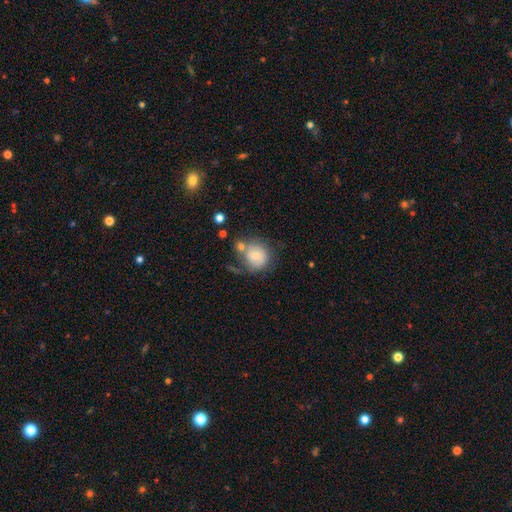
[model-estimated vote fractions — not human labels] A smooth galaxy with no disk features (70%) that is round (80%).

Vote fractions:
- Smooth or featured? smooth: 70% / featured or disk: 22% / star or artifact: 8%
- How rounded? round: 80% / in between: 19% / cigar-shaped: 1%
- Merging? none: 43% / minor disturbance: 22% / merger: 22% / major disturbance: 13%